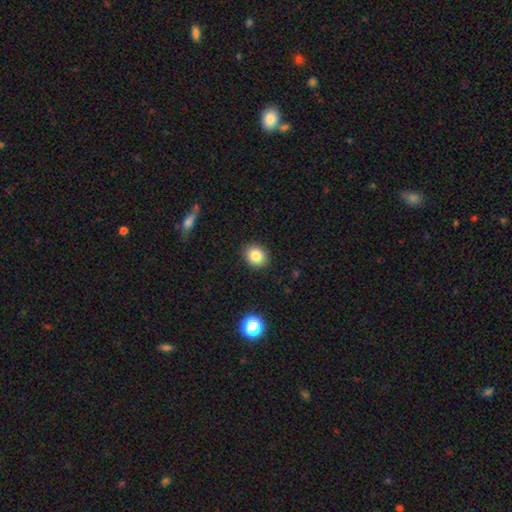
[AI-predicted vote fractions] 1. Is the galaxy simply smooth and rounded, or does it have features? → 83% smooth, 10% star or artifact, 6% featured or disk.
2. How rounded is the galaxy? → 67% round, 32% in between, 1% cigar-shaped.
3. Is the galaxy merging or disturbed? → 90% none, 7% minor disturbance, 2% major disturbance, 1% merger.